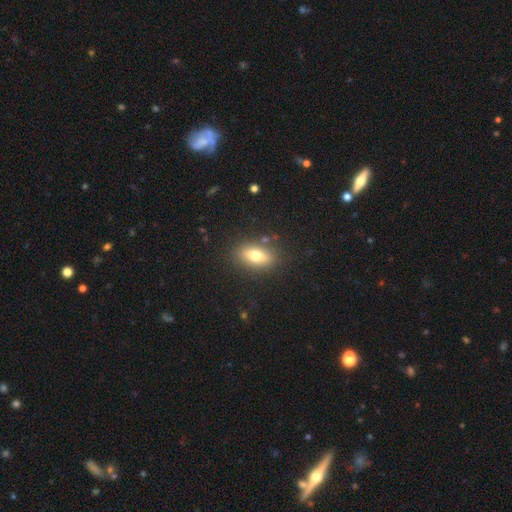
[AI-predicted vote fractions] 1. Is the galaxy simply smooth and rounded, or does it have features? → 72% smooth, 19% featured or disk, 9% star or artifact.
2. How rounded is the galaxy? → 83% in between, 8% cigar-shaped, 8% round.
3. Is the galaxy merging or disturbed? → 84% none, 10% minor disturbance, 3% major disturbance, 3% merger.